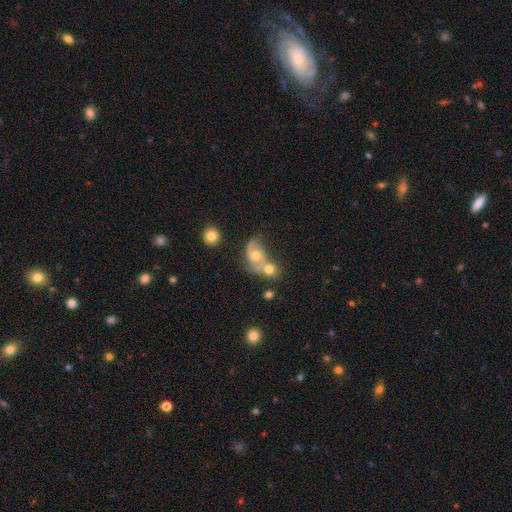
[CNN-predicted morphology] Overall: featured or disk (49%; smooth 40%). Merging: merger (48%; none 27%).